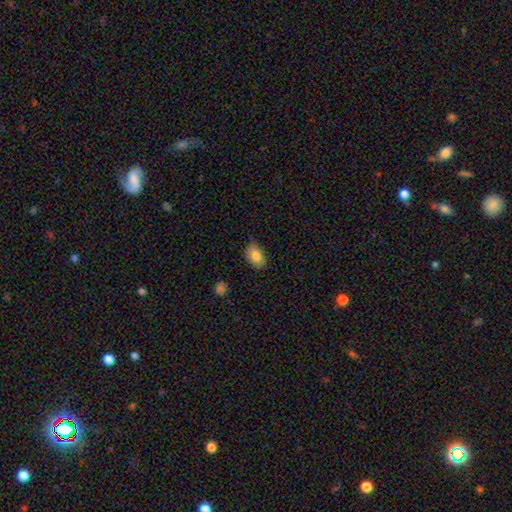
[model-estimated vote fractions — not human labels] This is clearly a smooth galaxy (81%). How rounded: clearly in between (87%). Merging: likely none (79%).